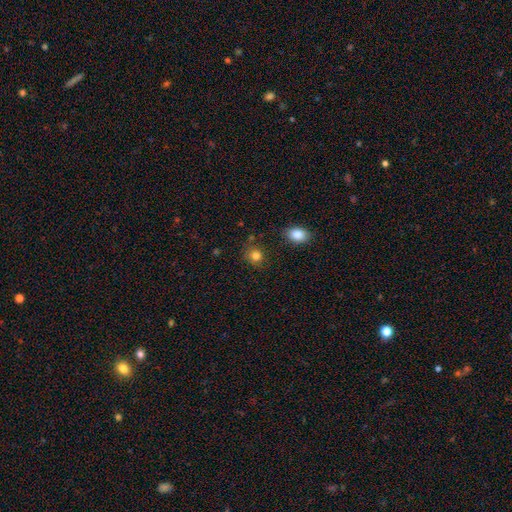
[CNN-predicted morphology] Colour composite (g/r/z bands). It shows a smooth galaxy with no disk features (82%) that is round (79%). Merging: none (81%).